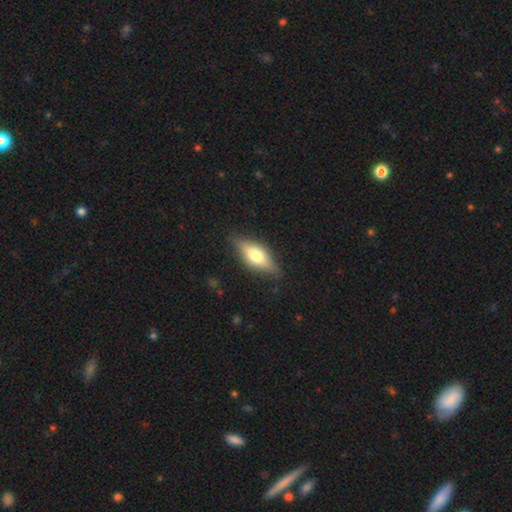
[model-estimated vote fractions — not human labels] smooth_or_featured: smooth (p=0.55) [alt: featured or disk p=0.39]
how_rounded: in between (p=0.68) [alt: cigar-shaped p=0.29]
merging: none (p=0.81) [alt: minor disturbance p=0.14]